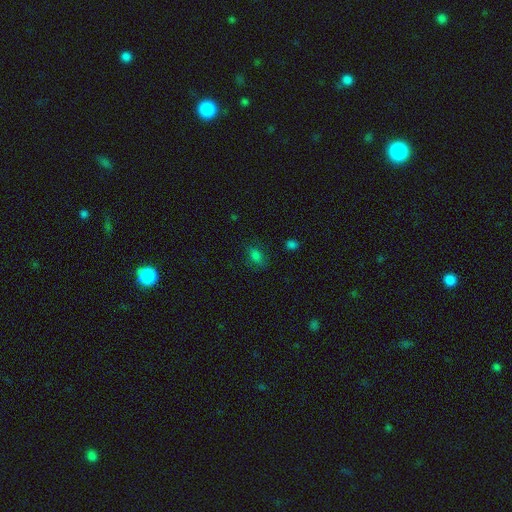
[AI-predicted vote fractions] smooth 76%, star or artifact 17%, featured or disk 7%. Down the decision tree: how rounded — in between (75%); merging — none (73%).